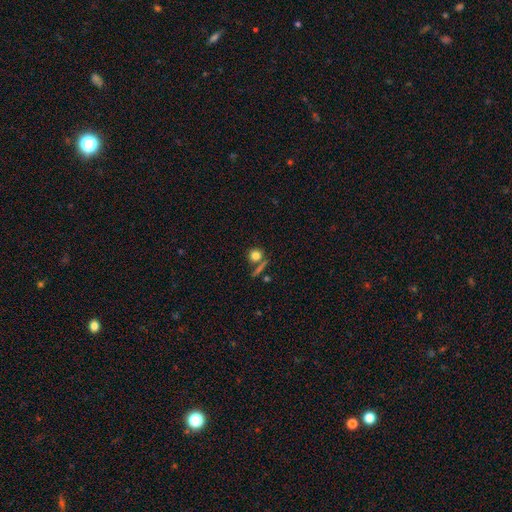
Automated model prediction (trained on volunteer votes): smooth-or-featured: smooth: 78% | star or artifact: 12% | featured or disk: 10%
  how-rounded: round: 84% | in between: 13% | cigar-shaped: 4%
  merging: none: 68% | merger: 16% | minor disturbance: 10% | major disturbance: 5%